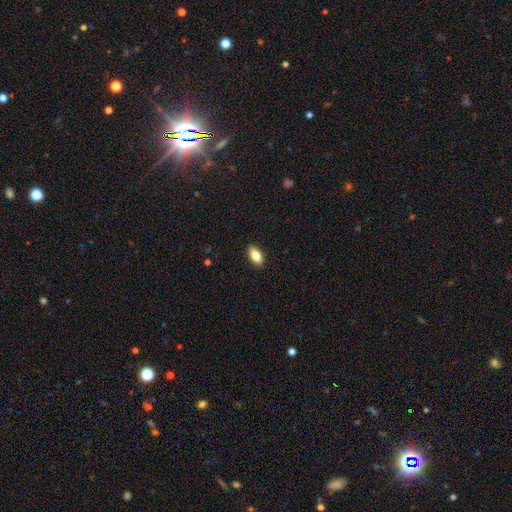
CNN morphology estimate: The model was most divided on "smooth or featured": smooth: 84%, featured or disk: 9%, star or artifact: 7%. More confident: how rounded — in between (90%); merging — none (90%).